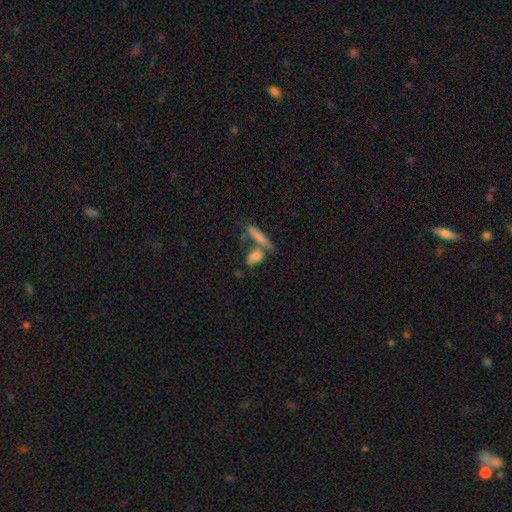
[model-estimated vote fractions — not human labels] This is likely a smooth galaxy (68%). How rounded: possibly in between (55%). Merging: marginally merger (40%, tied with none).